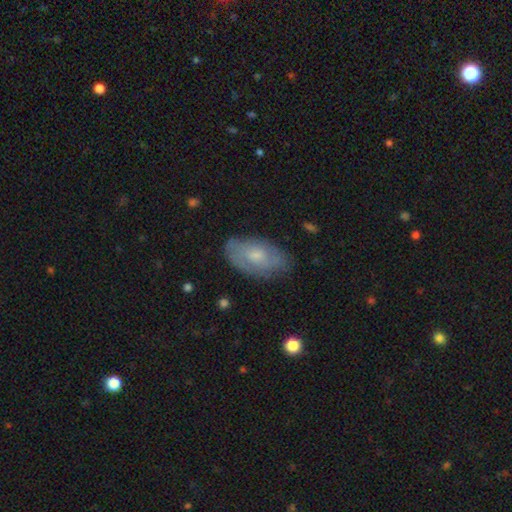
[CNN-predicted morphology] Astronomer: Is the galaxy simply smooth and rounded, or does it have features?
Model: smooth — 50% (runner-up: featured or disk, 43%).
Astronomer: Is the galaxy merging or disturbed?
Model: none — 74%.